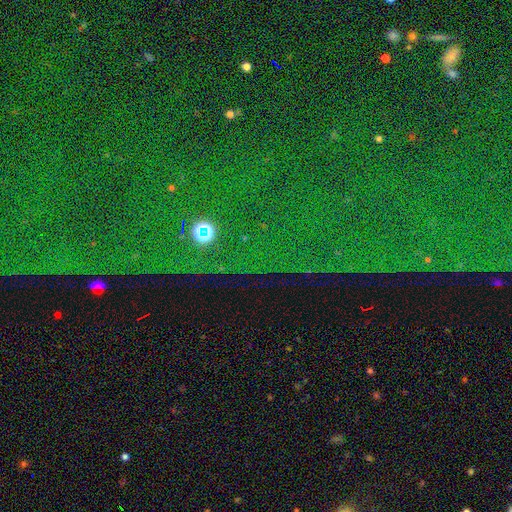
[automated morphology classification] The model was most divided on "smooth or featured": star or artifact: 82%, smooth: 9%, featured or disk: 9%.